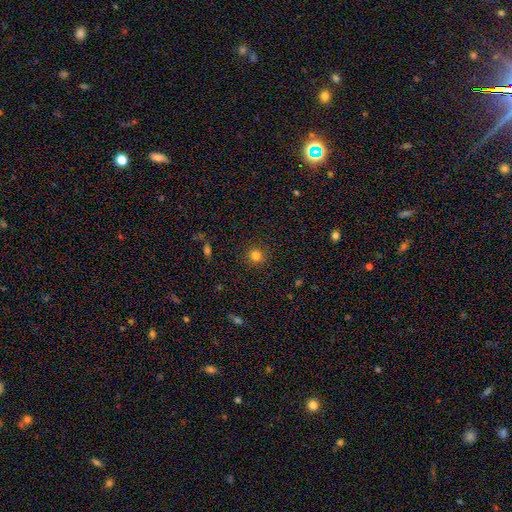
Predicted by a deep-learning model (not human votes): smooth 81%, star or artifact 14%, featured or disk 5%. Down the decision tree: how rounded — round (93%); merging — none (91%).